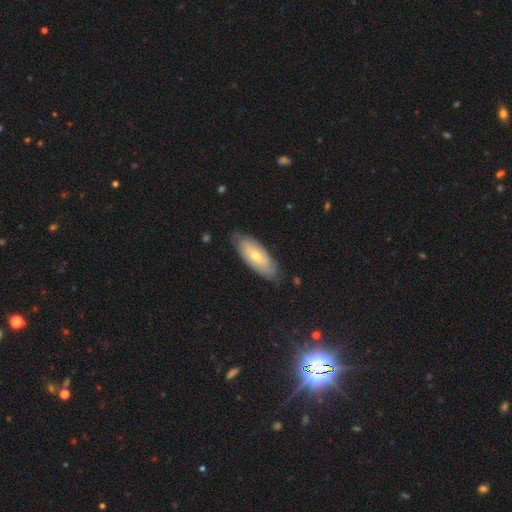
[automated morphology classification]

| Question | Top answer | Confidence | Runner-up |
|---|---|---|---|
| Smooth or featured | featured or disk | 50% | smooth (44%) |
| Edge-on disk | no | 83% | yes (17%) |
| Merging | none | 76% | minor disturbance (19%) |